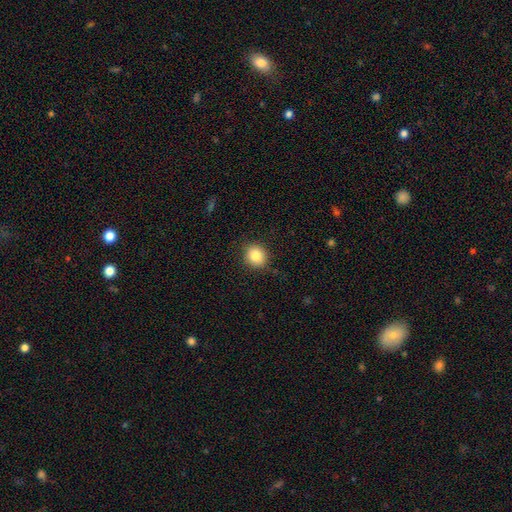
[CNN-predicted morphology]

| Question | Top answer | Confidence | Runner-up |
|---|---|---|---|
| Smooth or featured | smooth | 84% | star or artifact (9%) |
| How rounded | round | 81% | in between (18%) |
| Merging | none | 87% | minor disturbance (9%) |